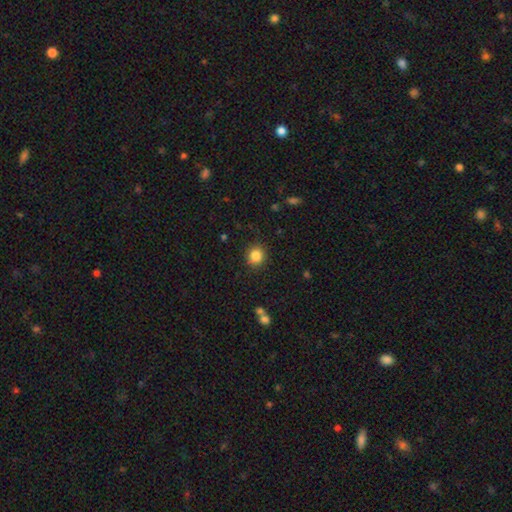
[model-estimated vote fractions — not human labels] Smooth or featured?
  - smooth: 85% *
  - star or artifact: 10%
  - featured or disk: 5%
How rounded?
  - round: 88% *
  - in between: 11%
  - cigar-shaped: 1%
Merging?
  - none: 89% *
  - minor disturbance: 7%
  - major disturbance: 2%
  - merger: 2%